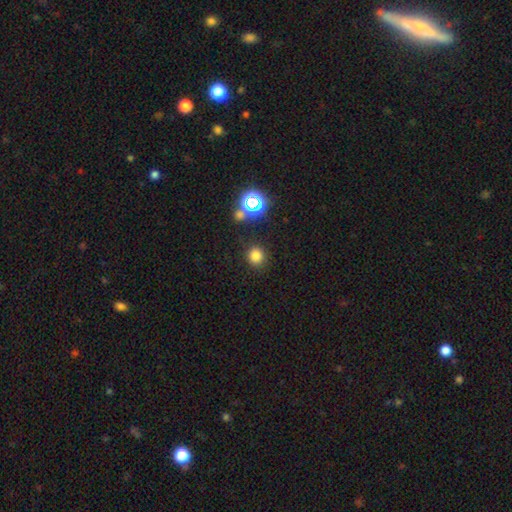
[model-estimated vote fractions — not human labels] smooth_or_featured: smooth (p=0.77) [alt: star or artifact p=0.18]
how_rounded: round (p=0.90) [alt: in between p=0.09]
merging: none (p=0.86) [alt: minor disturbance p=0.08]